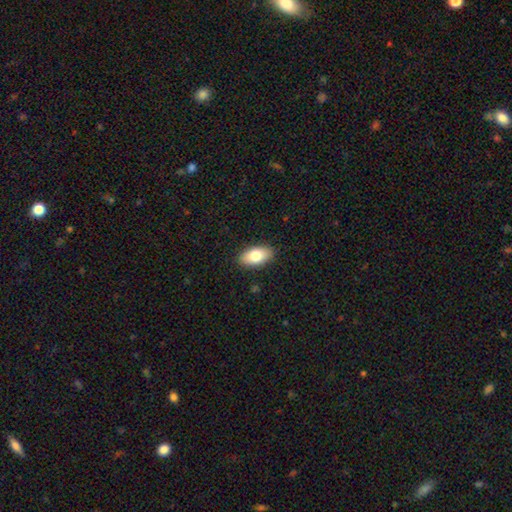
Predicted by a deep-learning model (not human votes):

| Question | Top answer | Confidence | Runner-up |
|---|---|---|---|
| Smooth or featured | smooth | 78% | featured or disk (15%) |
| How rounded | in between | 93% | round (4%) |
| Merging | none | 89% | minor disturbance (8%) |